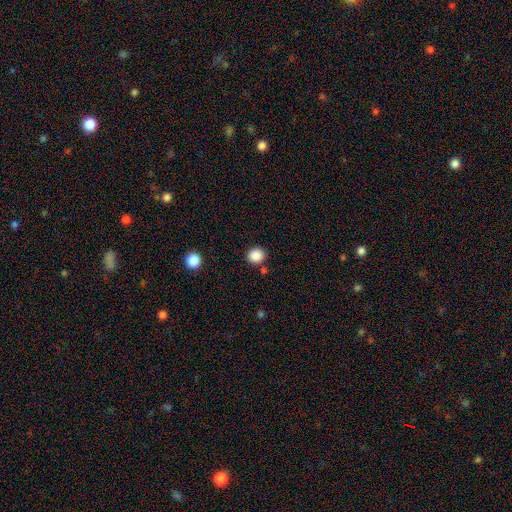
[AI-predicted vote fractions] The model was most divided on "how rounded": round: 83%, in between: 16%, cigar-shaped: 1%. More confident: smooth or featured — smooth (87%); merging — none (86%).